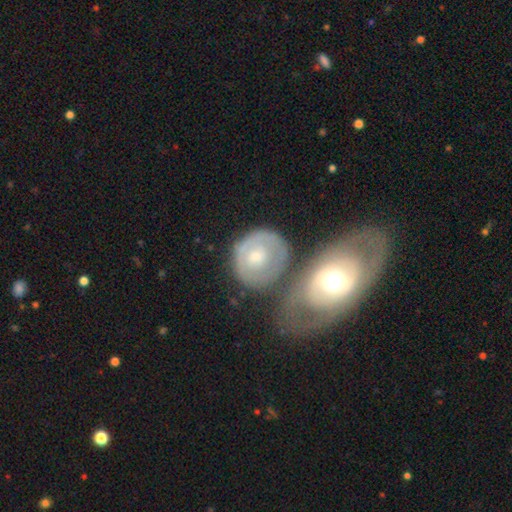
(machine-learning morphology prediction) A featured or disk galaxy (51%). Merging: none (51%).